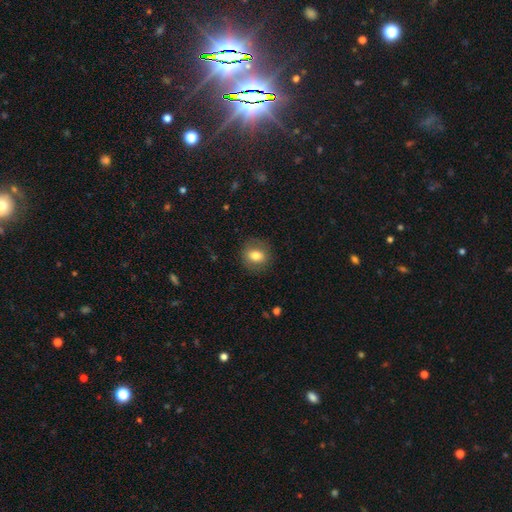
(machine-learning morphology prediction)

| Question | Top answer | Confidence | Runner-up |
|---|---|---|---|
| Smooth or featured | smooth | 75% | featured or disk (16%) |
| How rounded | round | 61% | in between (38%) |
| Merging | none | 84% | minor disturbance (11%) |